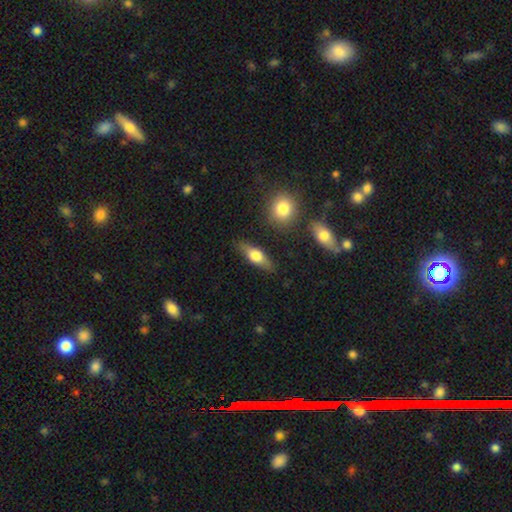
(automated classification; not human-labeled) Smooth or featured? Predicted: smooth (p=0.55). How rounded? Predicted: in between (p=0.58). Merging? Predicted: none (p=0.83).